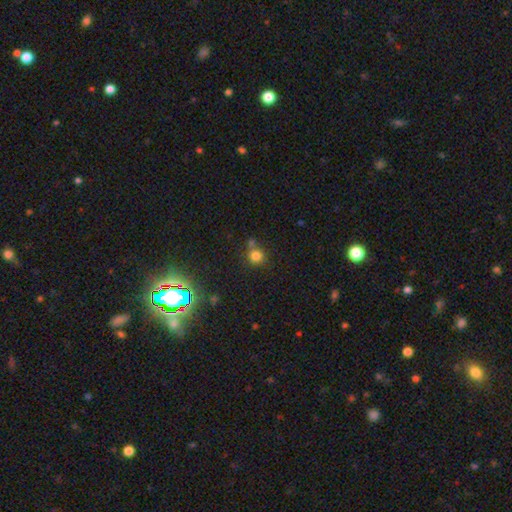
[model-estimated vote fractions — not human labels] A smooth galaxy with no disk features (77%) that is round (89%). Merging: none (62%).